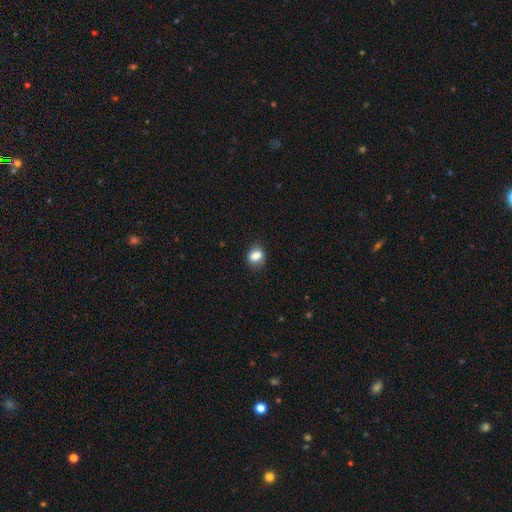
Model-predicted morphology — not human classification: Smooth or featured?
  - smooth: 82% *
  - star or artifact: 9%
  - featured or disk: 8%
How rounded?
  - in between: 63% *
  - round: 35%
  - cigar-shaped: 2%
Merging?
  - none: 71% *
  - minor disturbance: 21%
  - major disturbance: 6%
  - merger: 2%